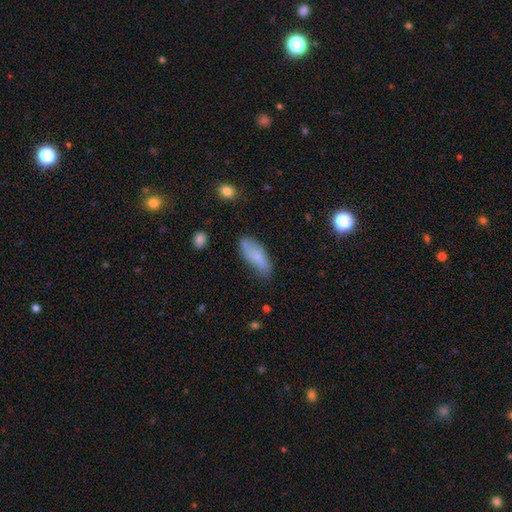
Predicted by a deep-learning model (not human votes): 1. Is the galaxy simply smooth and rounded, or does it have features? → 75% smooth, 17% featured or disk, 8% star or artifact.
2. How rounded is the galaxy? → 69% in between, 29% cigar-shaped, 2% round.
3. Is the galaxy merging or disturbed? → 67% none, 24% minor disturbance, 6% major disturbance, 3% merger.